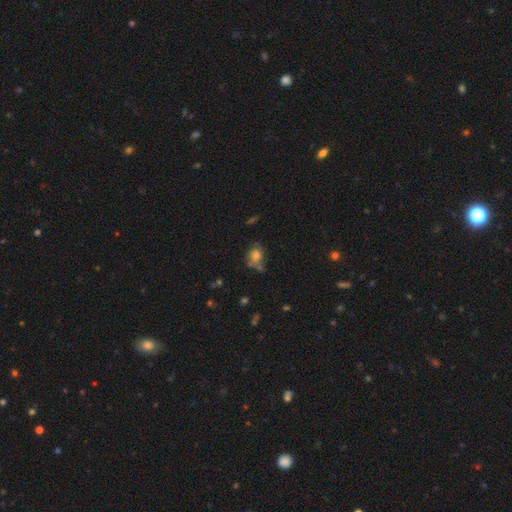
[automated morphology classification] Smooth or featured? Predicted: smooth (p=0.63). How rounded? Predicted: round (p=0.55). Merging? Predicted: none (p=0.47).